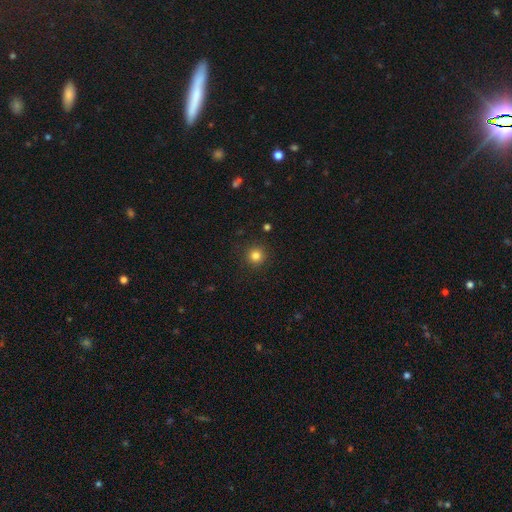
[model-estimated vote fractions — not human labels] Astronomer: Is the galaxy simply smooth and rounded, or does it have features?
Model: smooth — 82%.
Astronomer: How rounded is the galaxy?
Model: round — 95%.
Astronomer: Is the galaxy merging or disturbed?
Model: none — 91%.